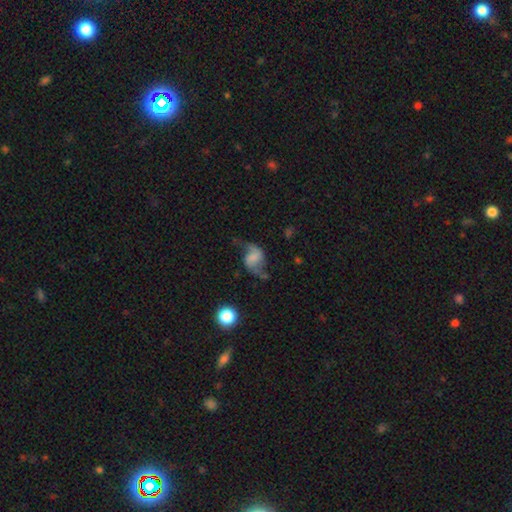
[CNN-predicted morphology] A featured or disk galaxy (72%) with a weak bar (43%), 2 (90%) loose (75%) spiral arms (93%) and no central bulge (42%). Merging: none (62%).